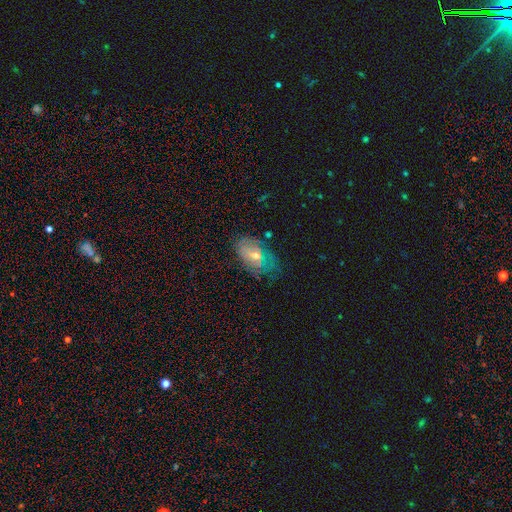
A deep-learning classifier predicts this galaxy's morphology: smooth-or-featured: featured or disk: 44% | smooth: 38% | star or artifact: 18%
  merging: none: 63% | minor disturbance: 25% | major disturbance: 9% | merger: 3%